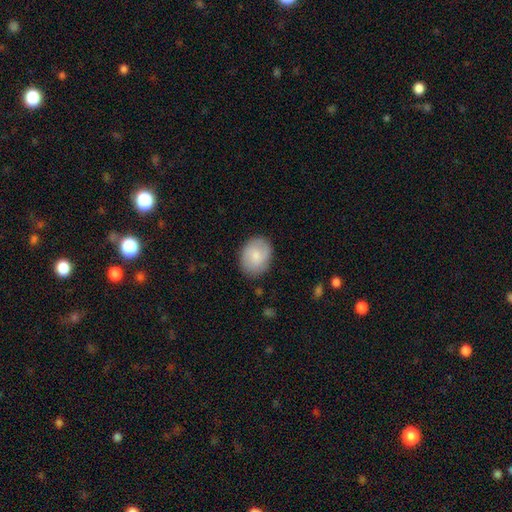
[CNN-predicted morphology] The model was most divided on "how rounded": in between: 53%, round: 46%, cigar-shaped: 1%. More confident: merging — none (84%); smooth or featured — smooth (72%).